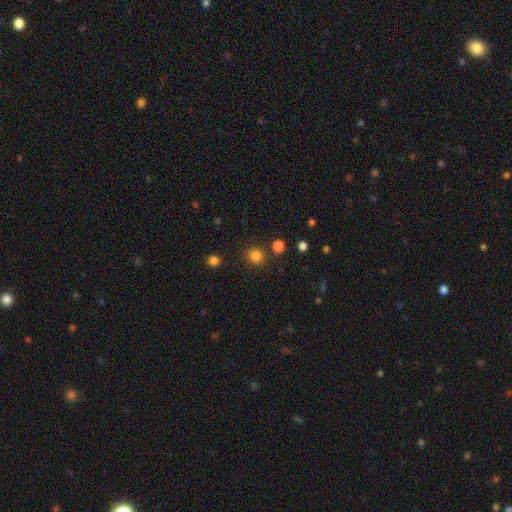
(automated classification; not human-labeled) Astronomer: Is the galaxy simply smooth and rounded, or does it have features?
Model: smooth — 82%.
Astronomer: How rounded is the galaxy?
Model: round — 89%.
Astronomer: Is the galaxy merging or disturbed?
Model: none — 86%.